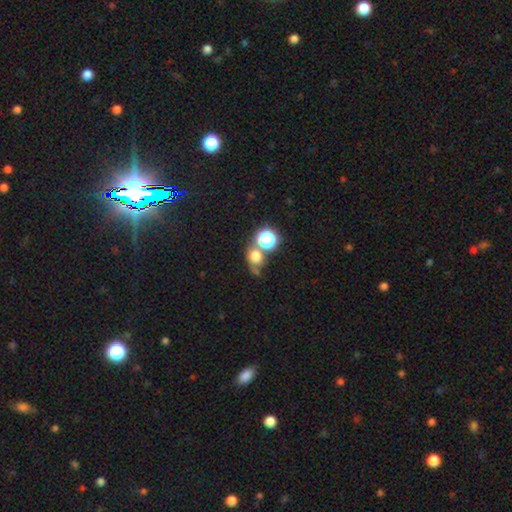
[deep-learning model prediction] Overall: smooth (65%). How rounded: round (78%). Merging: none (45%; merger 32%).